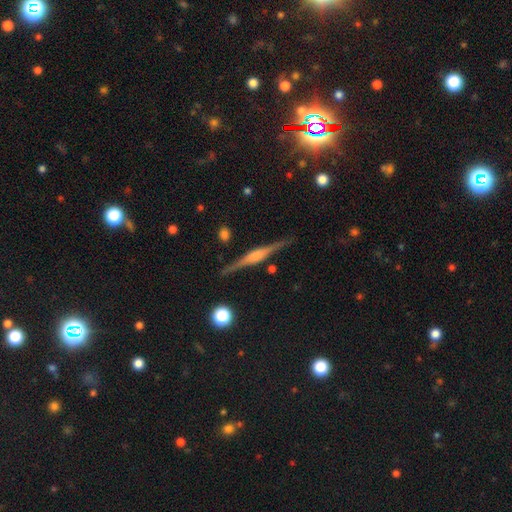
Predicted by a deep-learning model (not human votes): A featured or disk galaxy (81%) viewed edge-on (98%) with a rounded central bulge (66%).

Vote fractions:
- Smooth or featured? featured or disk: 81% / smooth: 13% / star or artifact: 6%
- Edge-on disk? yes: 98% / no: 2%
- Edge-on bulge? rounded: 66% / boxy: 28% / none: 6%
- Merging? none: 87% / minor disturbance: 10% / major disturbance: 2% / merger: 2%